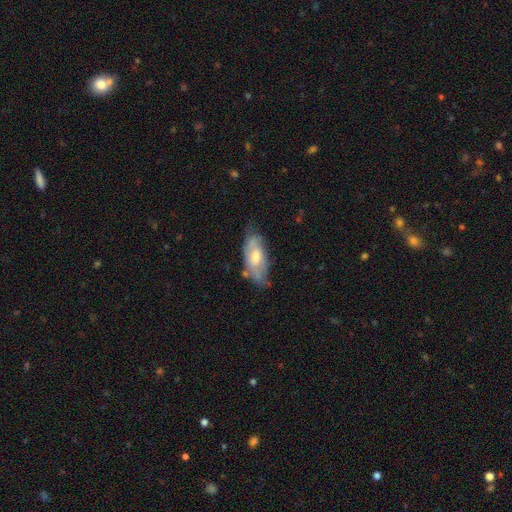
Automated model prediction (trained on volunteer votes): A featured or disk galaxy (54%). Merging: none (57%).